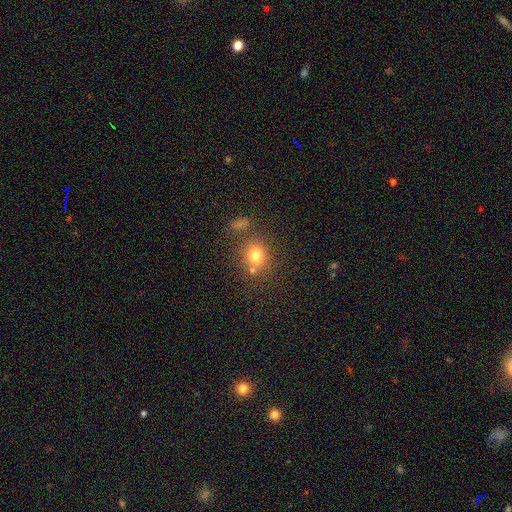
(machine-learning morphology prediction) Smooth or featured? smooth (76%)
How rounded? round (76%)
Merging? none (69%)